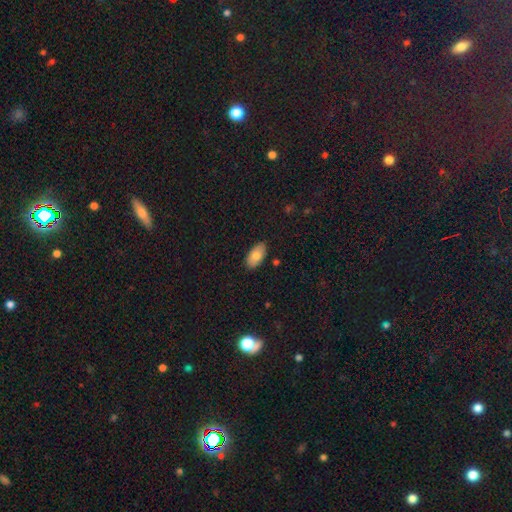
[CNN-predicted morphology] smooth-or-featured: smooth: 82% | featured or disk: 11% | star or artifact: 7%
  how-rounded: in between: 94% | cigar-shaped: 3% | round: 3%
  merging: none: 86% | minor disturbance: 10% | major disturbance: 2% | merger: 1%